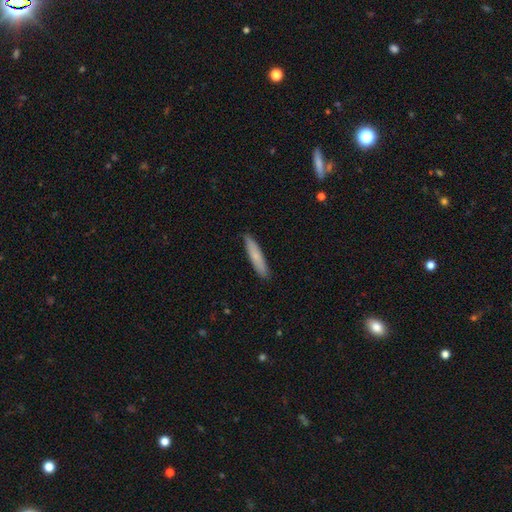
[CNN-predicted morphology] smooth-or-featured: smooth: 75% | featured or disk: 20% | star or artifact: 6%
  how-rounded: cigar-shaped: 88% | in between: 10% | round: 1%
  merging: none: 89% | minor disturbance: 8% | major disturbance: 1% | merger: 1%